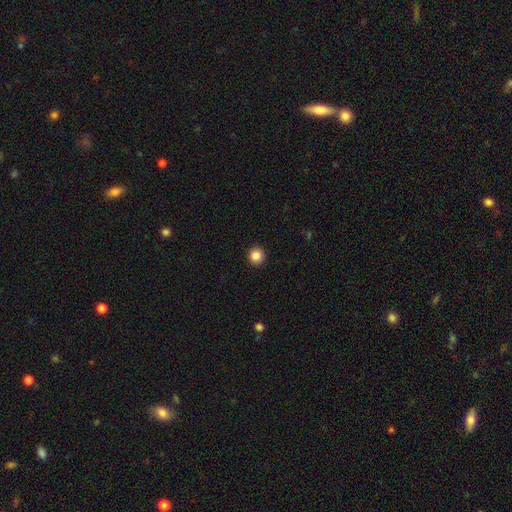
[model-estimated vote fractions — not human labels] Morphology: type=smooth (85%); roundness=round (95%); merging=none (94%).